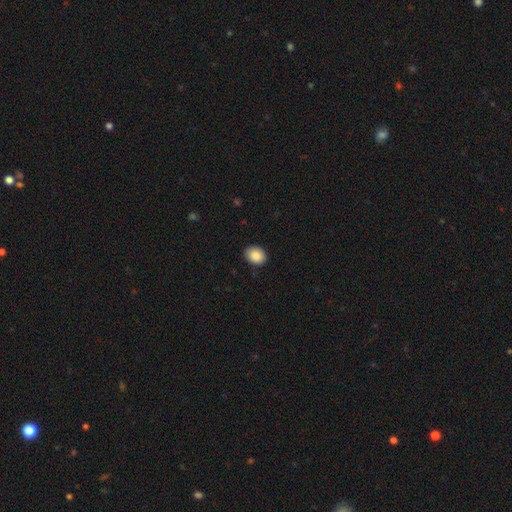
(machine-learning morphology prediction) A smooth galaxy with no disk features (89%) that is in between round and cigar-shaped (57%).

Vote fractions:
- Smooth or featured? smooth: 89% / star or artifact: 7% / featured or disk: 4%
- How rounded? in between: 57% / round: 42% / cigar-shaped: 1%
- Merging? none: 87% / minor disturbance: 10% / major disturbance: 2% / merger: 1%